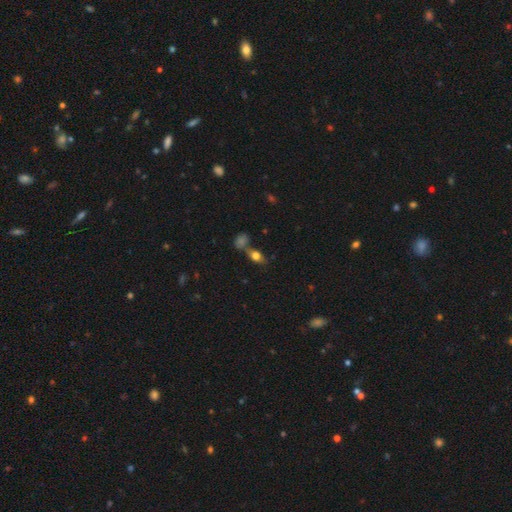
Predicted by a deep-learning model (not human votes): Smooth or featured?
  - smooth: 68% *
  - featured or disk: 19%
  - star or artifact: 13%
How rounded?
  - in between: 72% *
  - round: 18%
  - cigar-shaped: 9%
Merging?
  - none: 56% *
  - merger: 26%
  - minor disturbance: 13%
  - major disturbance: 5%